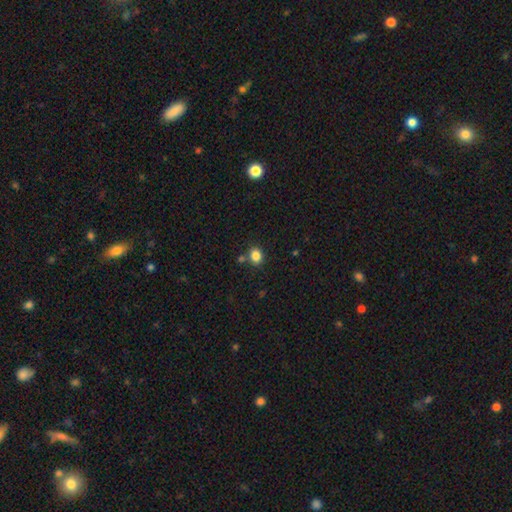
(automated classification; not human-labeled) smooth-or-featured: smooth: 84% | star or artifact: 12% | featured or disk: 5%
  how-rounded: round: 57% | in between: 42% | cigar-shaped: 1%
  merging: none: 76% | minor disturbance: 11% | merger: 10% | major disturbance: 3%